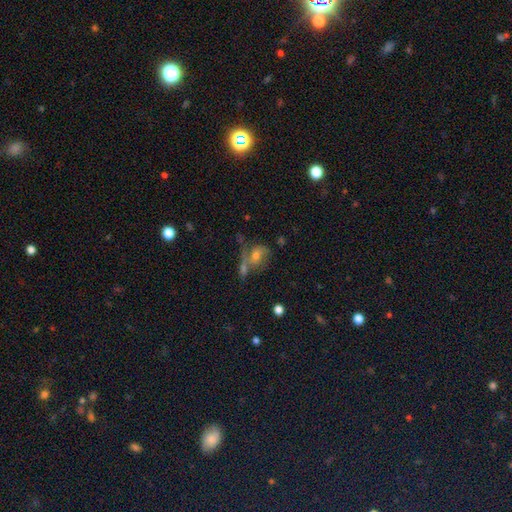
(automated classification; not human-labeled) Q: Smooth or featured?
A: smooth (41%); runner-up: featured or disk (40%)
Q: Merging?
A: none (40%); runner-up: merger (29%)